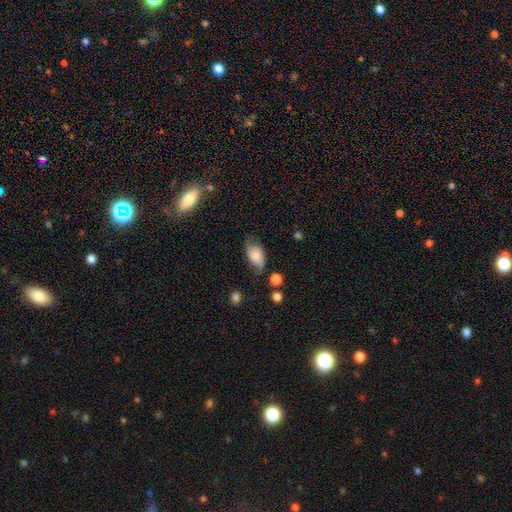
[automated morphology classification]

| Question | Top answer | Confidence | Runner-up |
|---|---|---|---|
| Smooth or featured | smooth | 60% | featured or disk (31%) |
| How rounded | in between | 88% | round (9%) |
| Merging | none | 50% | minor disturbance (33%) |